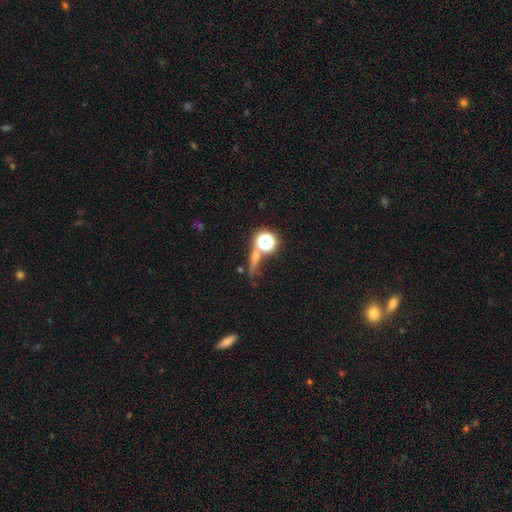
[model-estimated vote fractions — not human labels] Morphology: type=star or artifact (42%).